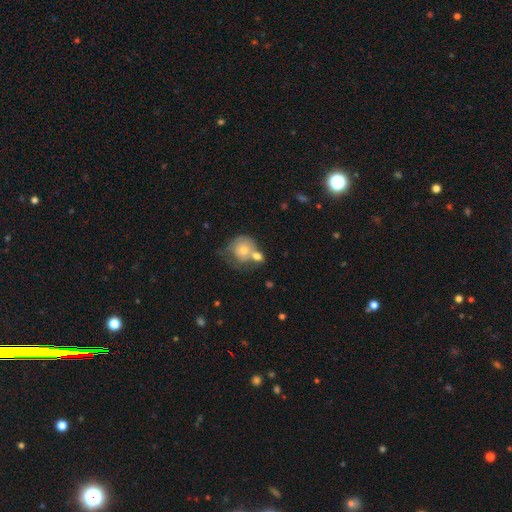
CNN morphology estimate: smooth 64%, featured or disk 27%, star or artifact 9%. Down the decision tree: how rounded — round (78%); merging — merger (41%).